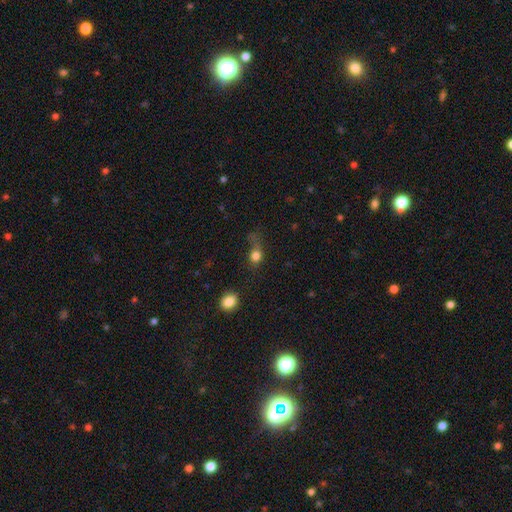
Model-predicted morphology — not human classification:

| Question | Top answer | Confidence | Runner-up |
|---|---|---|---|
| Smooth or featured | smooth | 78% | star or artifact (13%) |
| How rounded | round | 70% | in between (28%) |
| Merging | none | 38% | major disturbance (31%) |